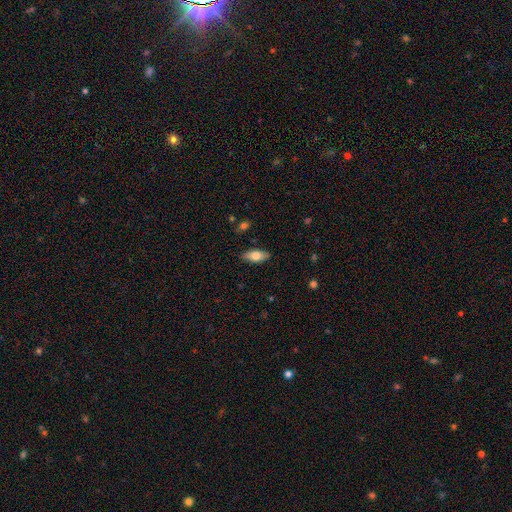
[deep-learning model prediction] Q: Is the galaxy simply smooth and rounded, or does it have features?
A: smooth — 73%.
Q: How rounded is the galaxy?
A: in between — 84%.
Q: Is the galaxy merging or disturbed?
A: none — 87%.